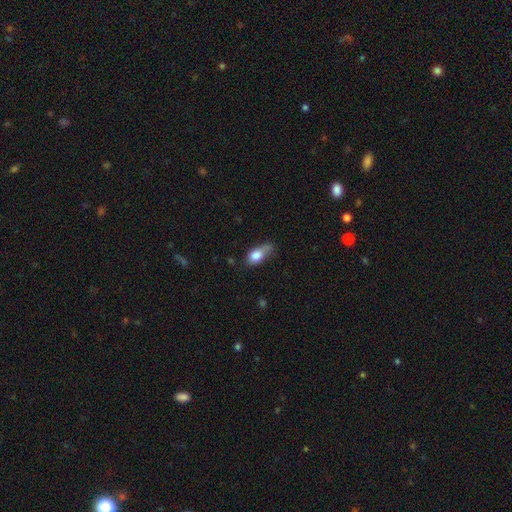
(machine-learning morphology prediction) This appears to be a smooth galaxy with no disk features (79%) that is in between round and cigar-shaped (79%). Merging: minor disturbance (39%).